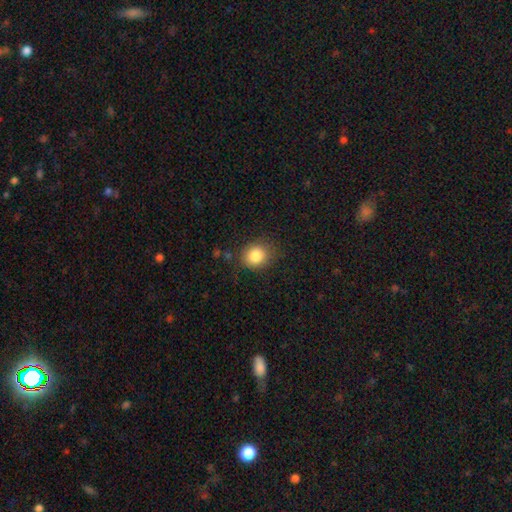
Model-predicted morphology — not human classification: smooth_or_featured: smooth (p=0.84) [alt: star or artifact p=0.10]
how_rounded: round (p=0.71) [alt: in between p=0.28]
merging: none (p=0.81) [alt: minor disturbance p=0.14]